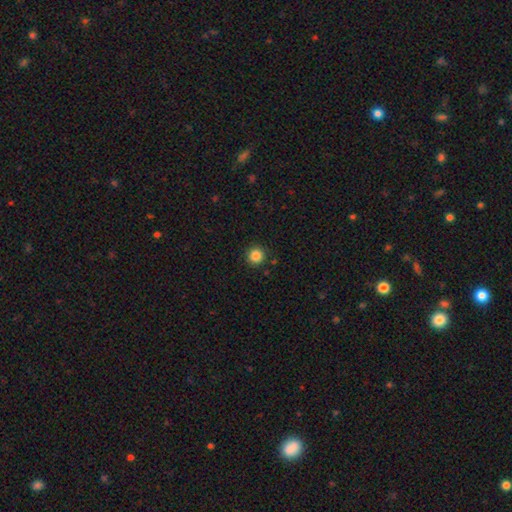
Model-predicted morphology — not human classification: The model was most divided on "smooth or featured": smooth: 85%, star or artifact: 11%, featured or disk: 3%. More confident: how rounded — round (94%); merging — none (91%).